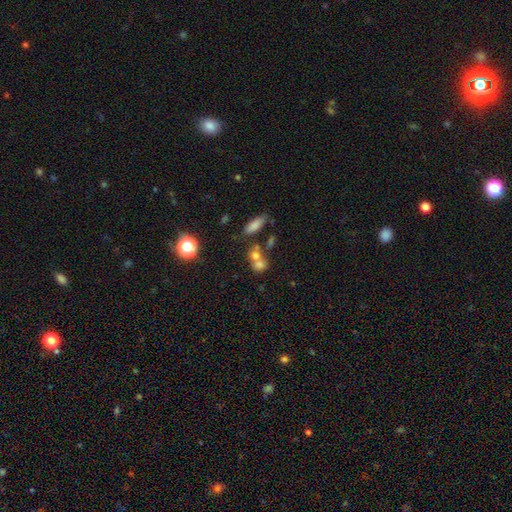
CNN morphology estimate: A smooth galaxy with no disk features (69%) that is round (56%). Merging: merger (56%).